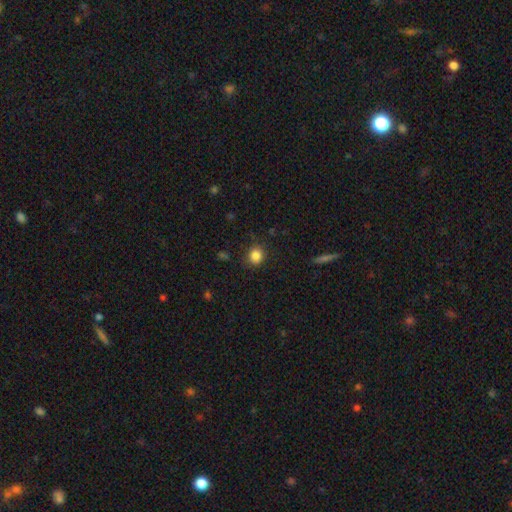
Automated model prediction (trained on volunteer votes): A smooth galaxy with no disk features (85%) that is round (82%).

Vote fractions:
- Smooth or featured? smooth: 85% / star or artifact: 11% / featured or disk: 5%
- How rounded? round: 82% / in between: 17% / cigar-shaped: 1%
- Merging? none: 85% / minor disturbance: 11% / major disturbance: 3% / merger: 1%